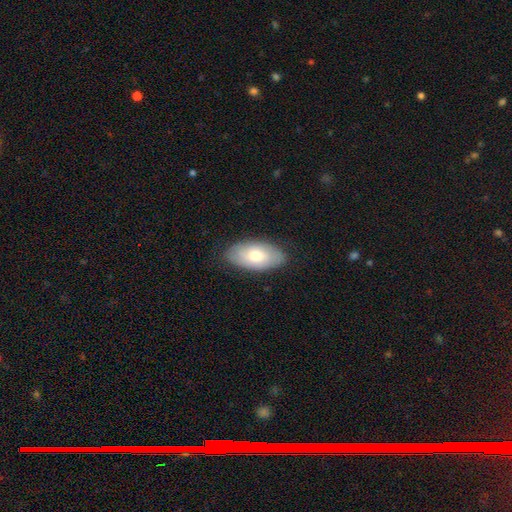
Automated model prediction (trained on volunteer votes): Smooth or featured? Predicted: smooth (p=0.68). How rounded? Predicted: in between (p=0.94). Merging? Predicted: none (p=0.83).